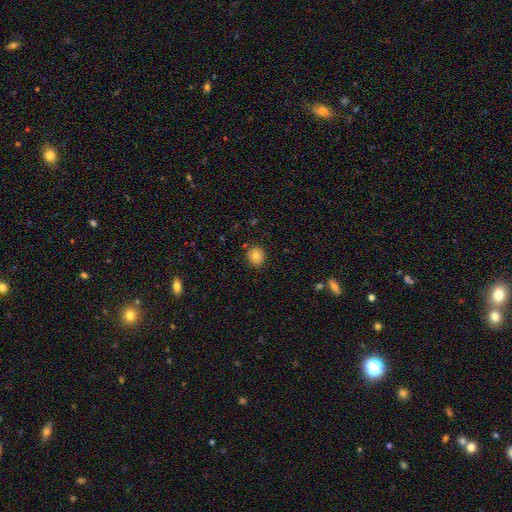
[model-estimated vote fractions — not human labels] A smooth galaxy with no disk features (78%) that is round (86%). Merging: none (87%).